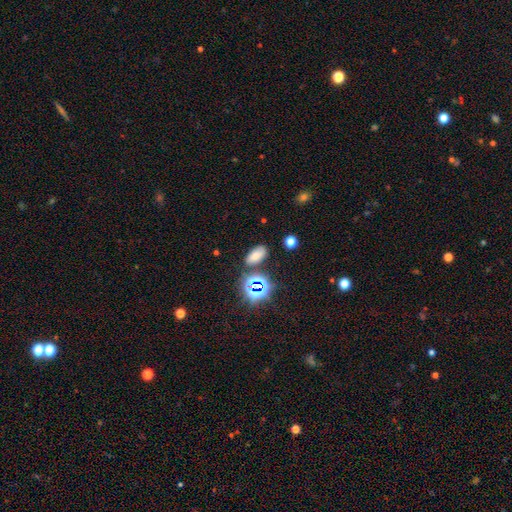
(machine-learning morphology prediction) smooth_or_featured: smooth (p=0.63) [alt: star or artifact p=0.28]
how_rounded: in between (p=0.90) [alt: round p=0.07]
merging: none (p=0.78) [alt: minor disturbance p=0.13]